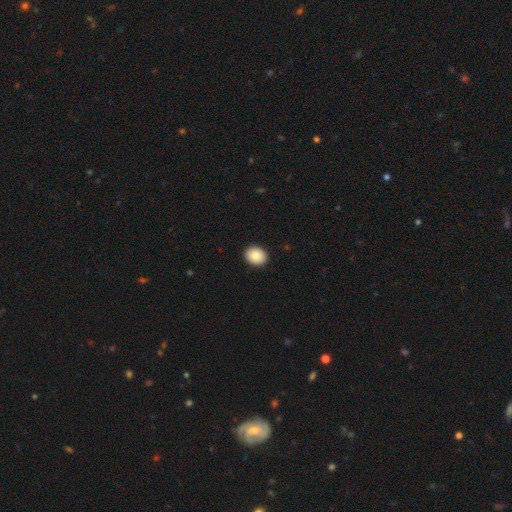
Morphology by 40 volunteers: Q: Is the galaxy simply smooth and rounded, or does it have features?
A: smooth — 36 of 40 (90%).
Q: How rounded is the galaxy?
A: in between — 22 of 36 (61%).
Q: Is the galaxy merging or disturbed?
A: none — 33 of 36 (92%).